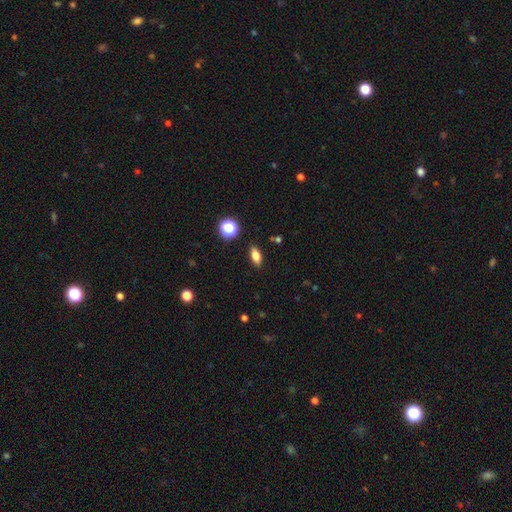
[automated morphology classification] Smooth or featured?
  - smooth: 75% *
  - featured or disk: 13%
  - star or artifact: 11%
How rounded?
  - in between: 79% *
  - cigar-shaped: 13%
  - round: 8%
Merging?
  - none: 88% *
  - minor disturbance: 8%
  - major disturbance: 2%
  - merger: 2%